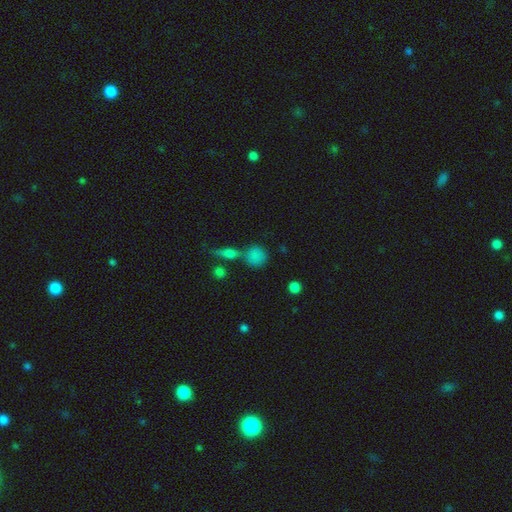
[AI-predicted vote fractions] Smooth or featured: smooth — 79% (star or artifact — 12%)
How rounded: round — 82% (in between — 15%)
Merging: none — 61% (merger — 22%)